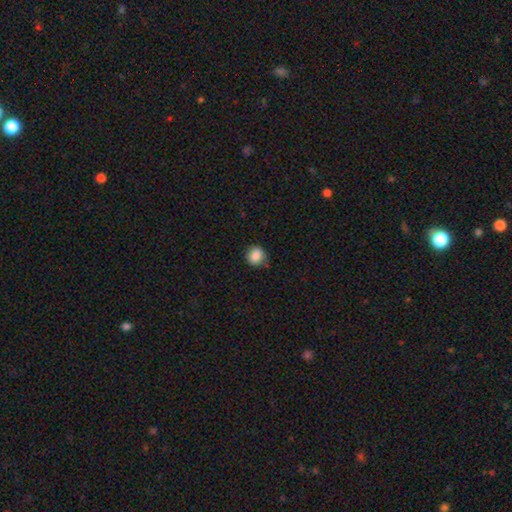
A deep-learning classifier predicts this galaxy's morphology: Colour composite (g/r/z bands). It shows a smooth galaxy with no disk features (87%) that is round (86%). Merging: none (83%).